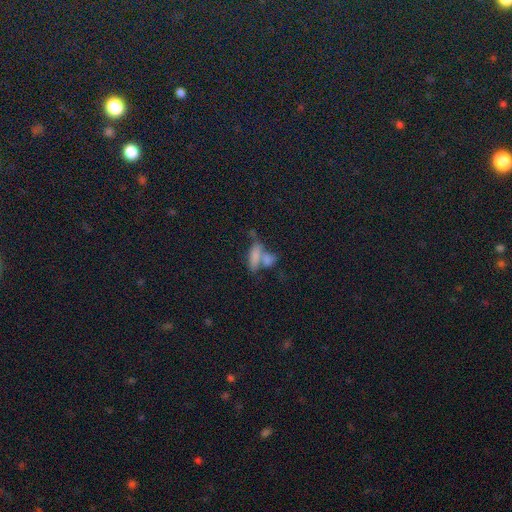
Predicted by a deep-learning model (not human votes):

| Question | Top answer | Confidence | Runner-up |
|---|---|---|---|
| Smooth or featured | star or artifact | 55% | smooth (29%) |